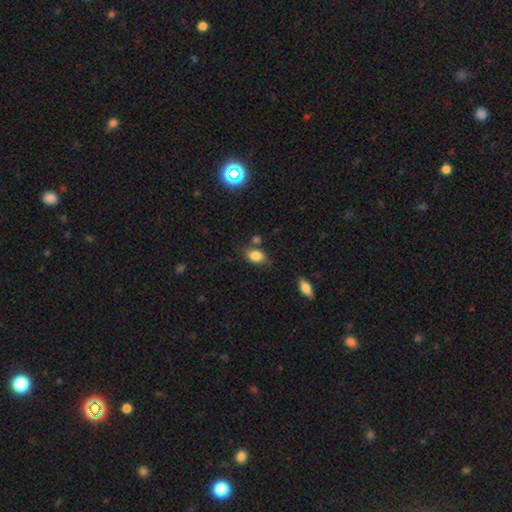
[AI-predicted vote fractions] Q: Smooth or featured?
A: smooth (84%); runner-up: star or artifact (9%)
Q: How rounded?
A: in between (81%); runner-up: round (17%)
Q: Merging?
A: none (70%); runner-up: minor disturbance (18%)